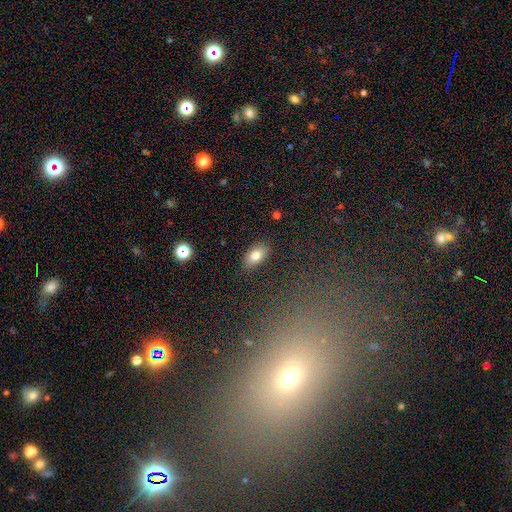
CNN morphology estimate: Overall: smooth (80%). How rounded: in between (91%). Merging: none (85%).